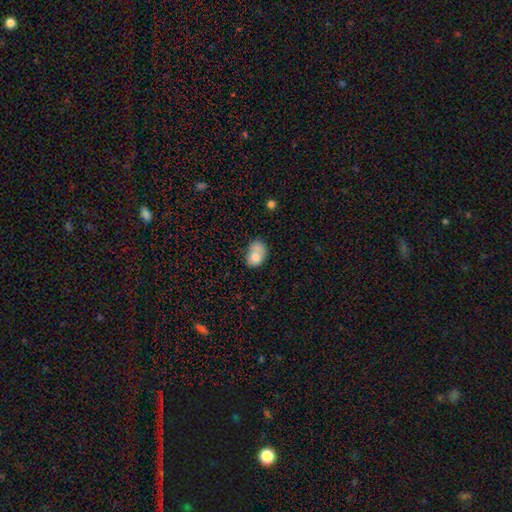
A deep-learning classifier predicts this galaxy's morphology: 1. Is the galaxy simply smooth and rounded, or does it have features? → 76% smooth, 15% featured or disk, 9% star or artifact.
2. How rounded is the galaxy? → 76% in between, 22% round, 1% cigar-shaped.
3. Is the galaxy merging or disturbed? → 33% none, 28% merger, 26% minor disturbance, 12% major disturbance.